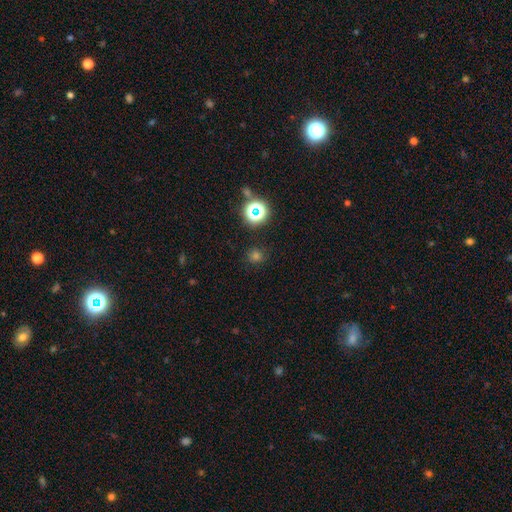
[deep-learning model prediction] This appears to be a smooth galaxy with no disk features (66%) that is round (91%). Merging: none (87%).